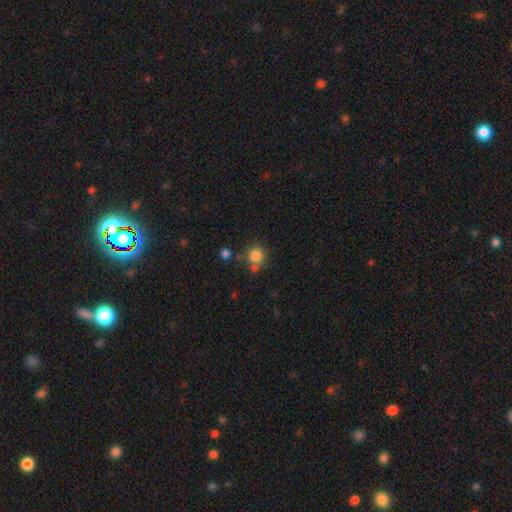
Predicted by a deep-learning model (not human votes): Smooth or featured? smooth (82%)
How rounded? round (90%)
Merging? none (68%)